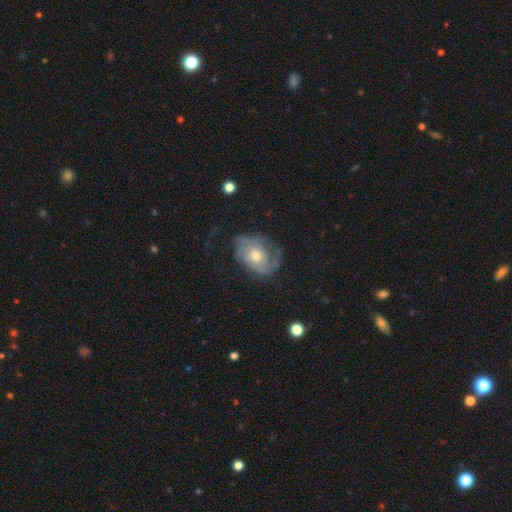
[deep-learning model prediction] featured or disk 72%, smooth 21%, star or artifact 7%. Down the decision tree: edge-on disk — no (96%); bar — no (77%); spiral arms — yes (85%); spiral arm count — 2 (47%); spiral winding — tight (40%); bulge size — moderate (64%); merging — none (53%).